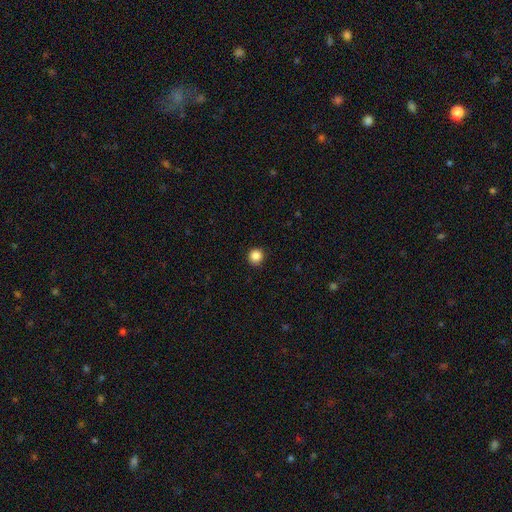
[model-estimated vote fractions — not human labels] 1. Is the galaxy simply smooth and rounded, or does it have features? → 86% smooth, 11% star or artifact, 3% featured or disk.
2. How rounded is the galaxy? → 93% round, 6% in between, 1% cigar-shaped.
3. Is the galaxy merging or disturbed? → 92% none, 6% minor disturbance, 2% major disturbance, 1% merger.